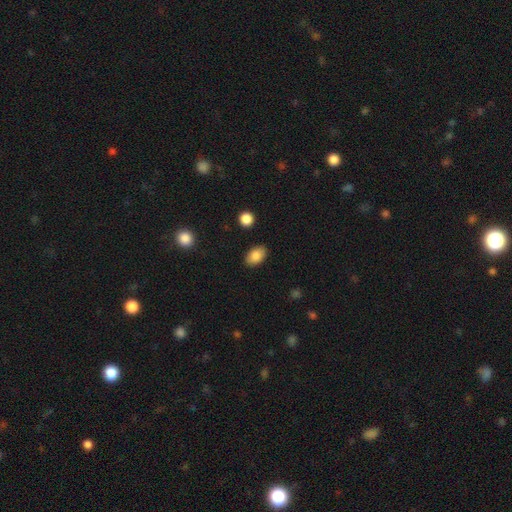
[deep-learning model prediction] The model was most divided on "smooth or featured": smooth: 85%, featured or disk: 8%, star or artifact: 8%. More confident: how rounded — in between (89%); merging — none (88%).